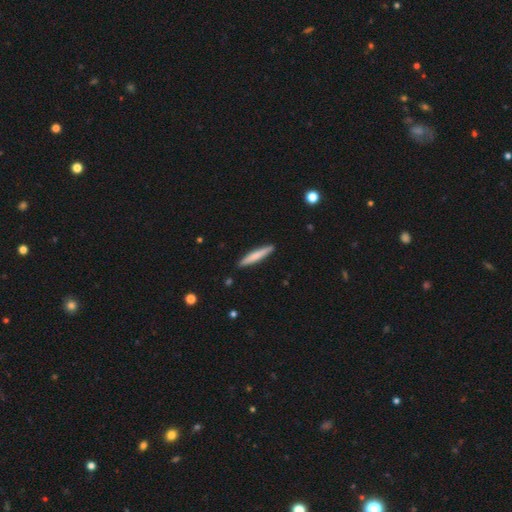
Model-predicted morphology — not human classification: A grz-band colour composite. It shows a smooth galaxy with no disk features (70%) that is cigar-shaped (94%). Merging: none (90%).